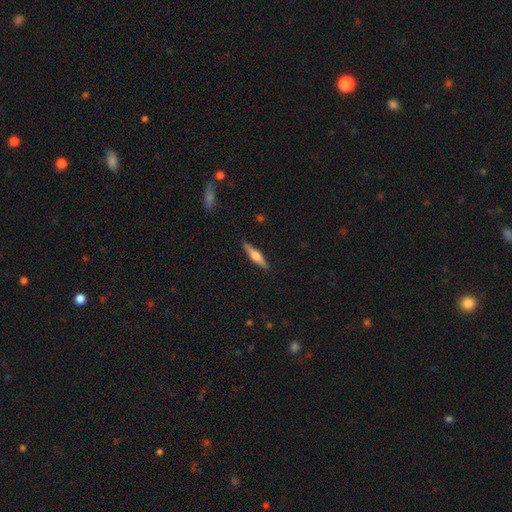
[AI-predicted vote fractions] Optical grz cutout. It shows a featured or disk galaxy (61%) viewed edge-on (97%) with a rounded central bulge (89%). Merging: none (90%).